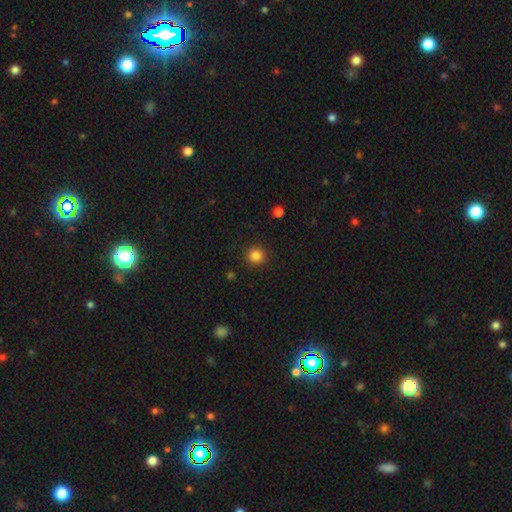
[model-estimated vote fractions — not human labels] Smooth or featured: smooth — 84% (star or artifact — 12%)
How rounded: round — 93% (in between — 6%)
Merging: none — 91% (minor disturbance — 6%)